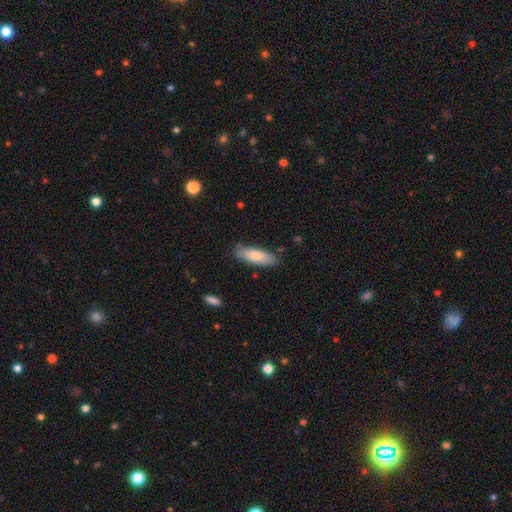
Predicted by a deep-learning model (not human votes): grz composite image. It shows a smooth galaxy with no disk features (79%) that is in between round and cigar-shaped (58%). Merging: none (81%).